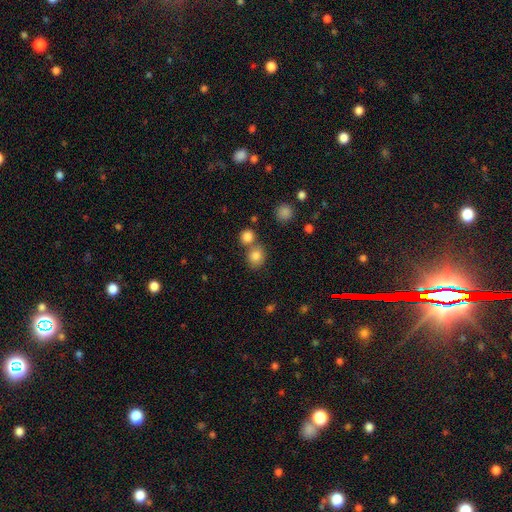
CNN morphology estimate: type=smooth (82%); roundness=round (76%); merging=none (62%).